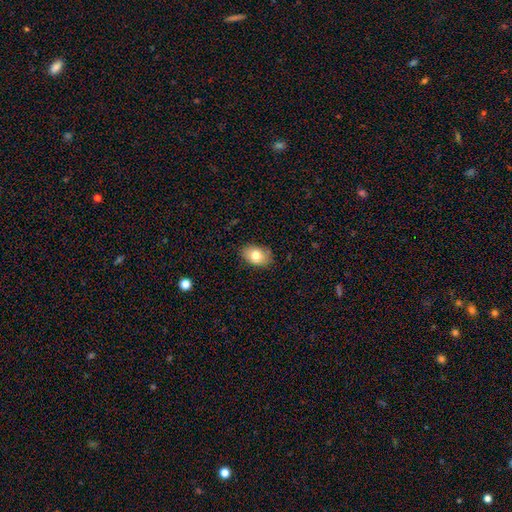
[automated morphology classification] smooth 77%, featured or disk 14%, star or artifact 8%. Down the decision tree: how rounded — in between (83%); merging — none (82%).